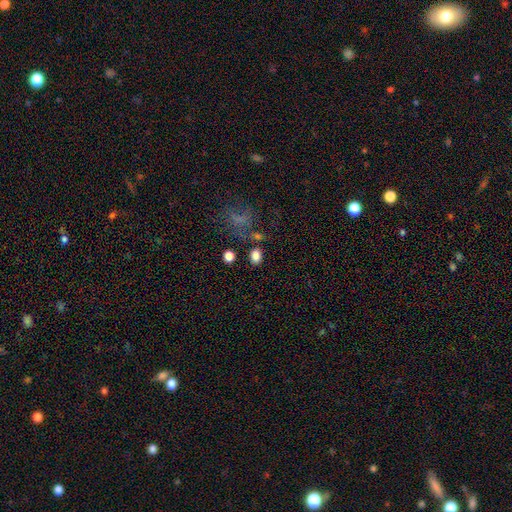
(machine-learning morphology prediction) smooth 82%, star or artifact 12%, featured or disk 6%. Down the decision tree: how rounded — in between (70%); merging — none (75%).